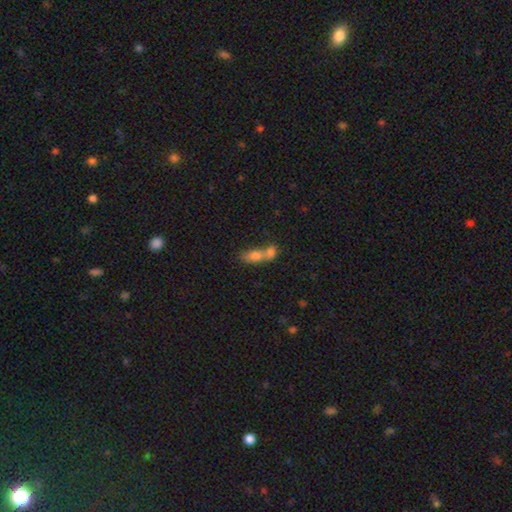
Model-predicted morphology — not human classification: Overall: smooth (72%). How rounded: in between (72%). Merging: merger (71%).